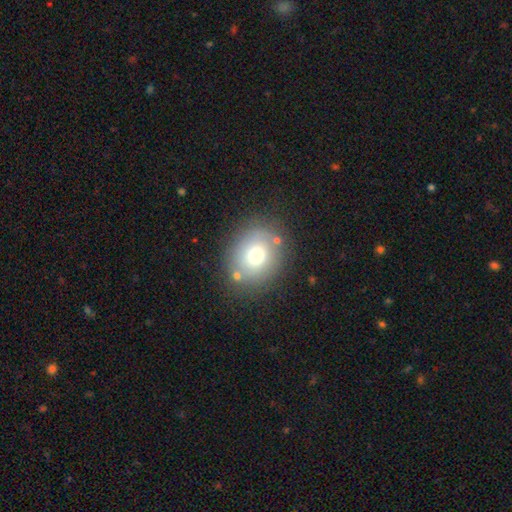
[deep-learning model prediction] Overall: smooth (69%). How rounded: round (65%; in between 34%). Merging: none (78%).